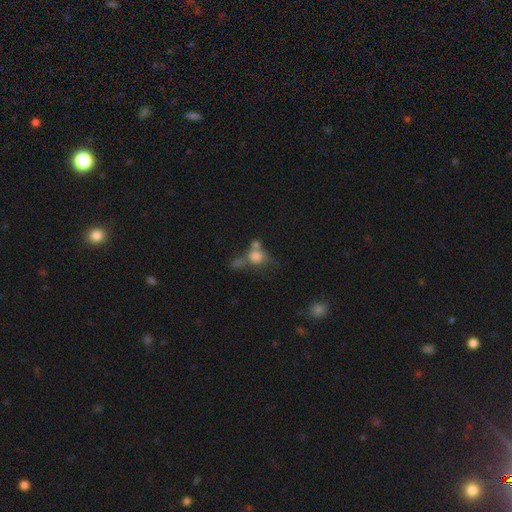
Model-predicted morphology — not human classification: Overall: smooth (70%). How rounded: round (65%; in between 32%). Merging: merger (47%; none 27%).